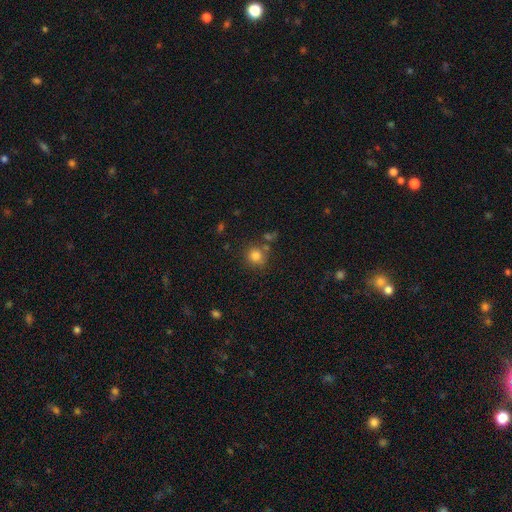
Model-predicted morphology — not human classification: smooth_or_featured: smooth (p=0.81) [alt: star or artifact p=0.12]
how_rounded: round (p=0.90) [alt: in between p=0.09]
merging: none (p=0.73) [alt: merger p=0.11]